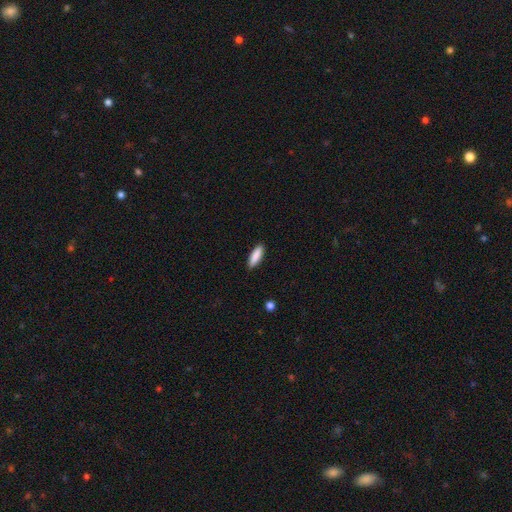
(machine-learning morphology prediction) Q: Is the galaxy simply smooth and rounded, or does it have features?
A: smooth — 88%.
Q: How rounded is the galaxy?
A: cigar-shaped — 49%, tied with in between.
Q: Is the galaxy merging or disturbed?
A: none — 89%.